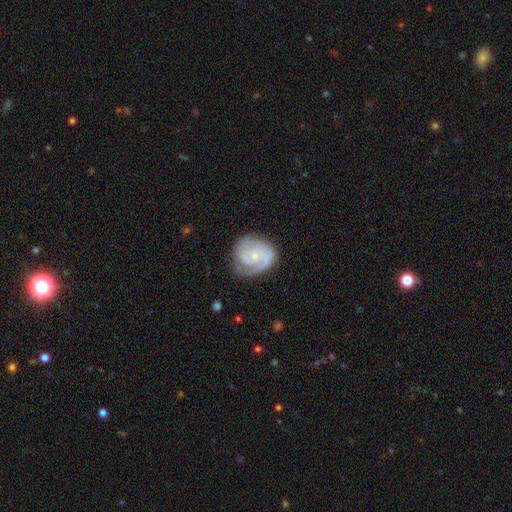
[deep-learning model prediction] A featured or disk galaxy (78%) with no bar (68%), 2 (54%) tight (55%) spiral arms (94%) and a small central bulge (73%). Merging: none (70%).